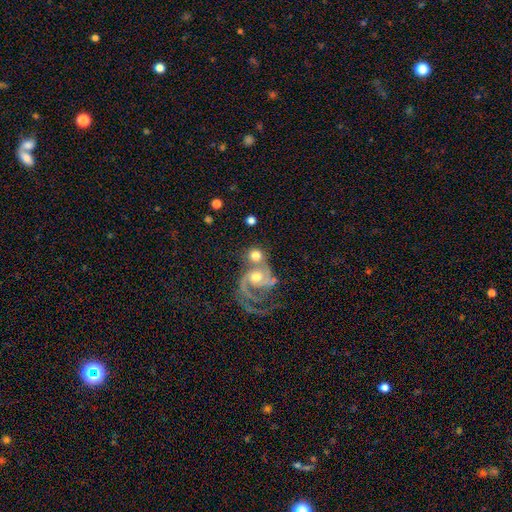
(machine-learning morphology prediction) featured or disk 52%, smooth 40%, star or artifact 8%. Down the decision tree: edge-on disk — no (96%); bar — no (61%); spiral arms — yes (86%); bulge size — moderate (60%); merging — merger (51%).